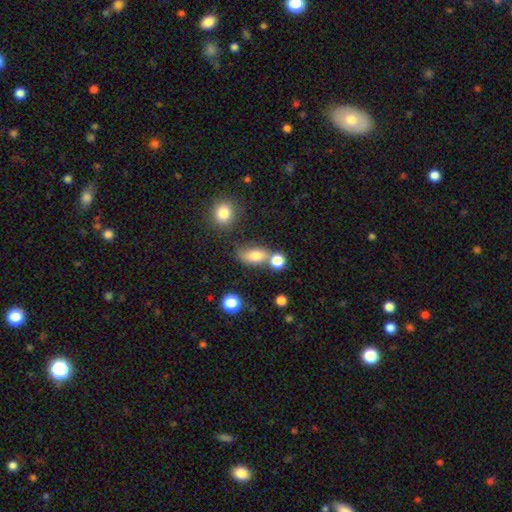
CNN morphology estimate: Smooth or featured?
  - smooth: 76% *
  - featured or disk: 12%
  - star or artifact: 11%
How rounded?
  - in between: 73% *
  - round: 20%
  - cigar-shaped: 7%
Merging?
  - none: 54% *
  - merger: 26%
  - minor disturbance: 14%
  - major disturbance: 6%